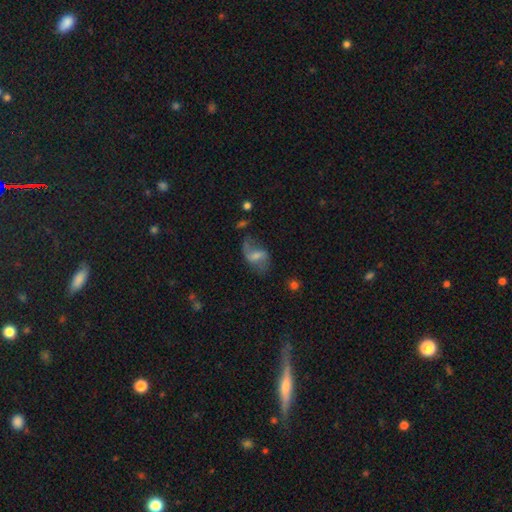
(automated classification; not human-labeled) A featured or disk galaxy (68%) with a weak bar (51%), 2 (81%) loose (70%) spiral arms (86%) and a small central bulge (39%).

Vote fractions:
- Smooth or featured? featured or disk: 68% / smooth: 23% / star or artifact: 10%
- Edge-on disk? no: 96% / yes: 4%
- Bar? weak: 51% / strong: 28% / no: 22%
- Spiral arms? yes: 86% / no: 14%
- Spiral winding? loose: 70% / medium: 24% / tight: 6%
- Spiral arm count? 2: 81% / 1: 10% / can't tell: 6% / 3: 1% / 4: 1% / more than 4: 1%
- Bulge size? small: 39% / moderate: 32% / none: 21% / large: 6% / dominant: 1%
- Merging? none: 57% / minor disturbance: 22% / major disturbance: 18% / merger: 4%